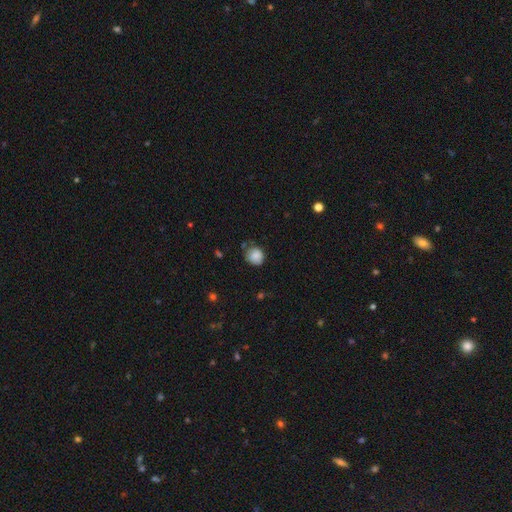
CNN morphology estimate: Overall: smooth (85%). How rounded: round (81%). Merging: none (65%; minor disturbance 26%).